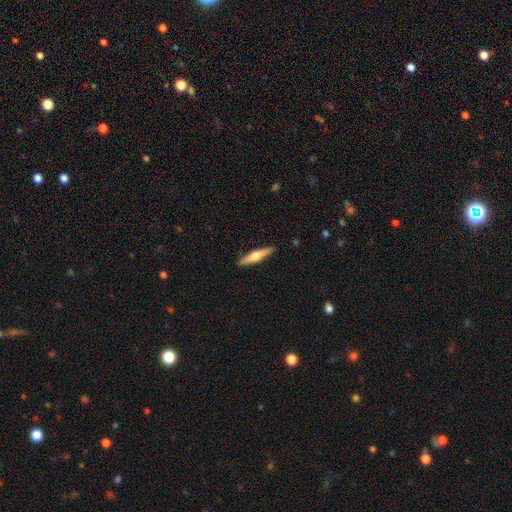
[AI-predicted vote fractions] Morphology: type=featured or disk (55%); edge-on=yes (96%); edge-on bulge=rounded (91%); merging=none (91%).